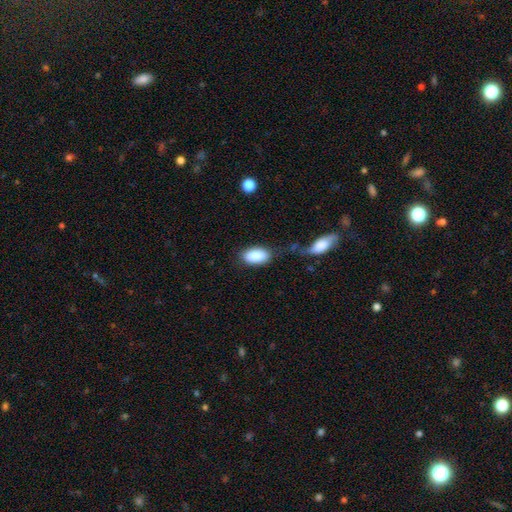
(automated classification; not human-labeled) Smooth or featured?
  - smooth: 87% *
  - featured or disk: 7%
  - star or artifact: 6%
How rounded?
  - in between: 93% *
  - round: 4%
  - cigar-shaped: 4%
Merging?
  - none: 73% *
  - minor disturbance: 14%
  - merger: 7%
  - major disturbance: 6%